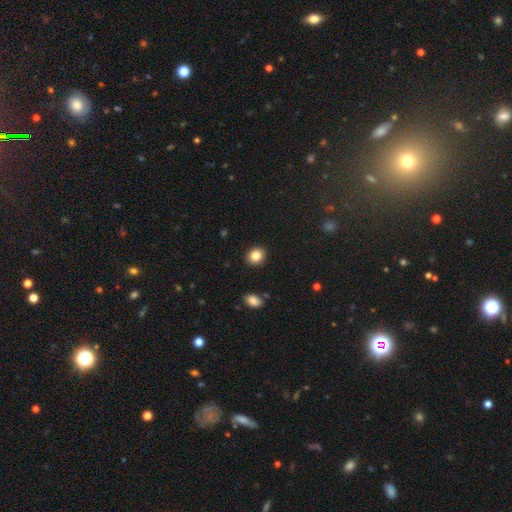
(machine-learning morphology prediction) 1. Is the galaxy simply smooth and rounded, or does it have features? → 84% smooth, 10% star or artifact, 6% featured or disk.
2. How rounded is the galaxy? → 73% round, 26% in between, 1% cigar-shaped.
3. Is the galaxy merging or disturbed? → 90% none, 6% minor disturbance, 2% major disturbance, 1% merger.